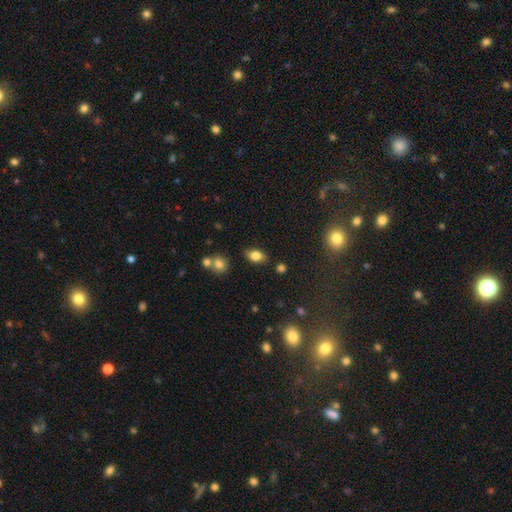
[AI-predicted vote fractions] The model was most divided on "smooth or featured": smooth: 79%, featured or disk: 11%, star or artifact: 10%. More confident: how rounded — in between (85%); merging — none (81%).